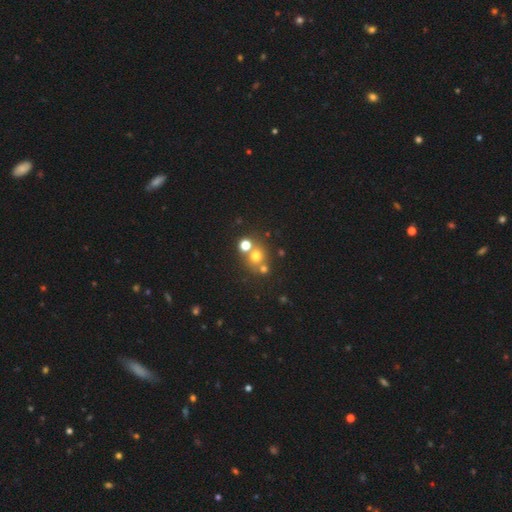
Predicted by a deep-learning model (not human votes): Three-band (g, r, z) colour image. It shows a smooth galaxy with no disk features (64%) that is round (84%). Merging: none (58%).